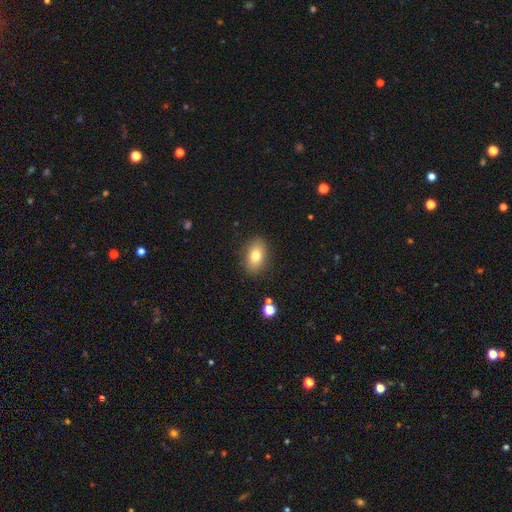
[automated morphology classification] Smooth or featured? Predicted: smooth (p=0.79). How rounded? Predicted: in between (p=0.81). Merging? Predicted: none (p=0.86).